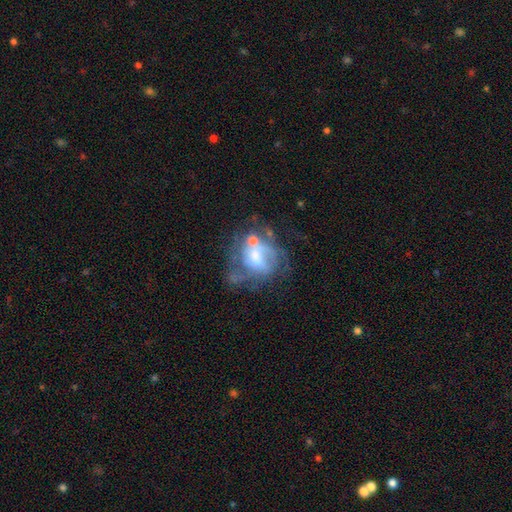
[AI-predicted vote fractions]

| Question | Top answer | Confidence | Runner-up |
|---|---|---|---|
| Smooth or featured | featured or disk | 65% | smooth (25%) |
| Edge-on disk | no | 97% | yes (3%) |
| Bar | no | 58% | weak (33%) |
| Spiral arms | yes | 54% | no (46%) |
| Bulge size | moderate | 39% | small (33%) |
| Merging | none | 34% | major disturbance (30%) |